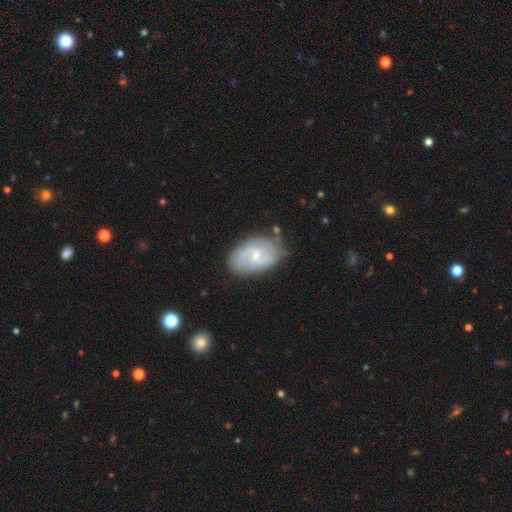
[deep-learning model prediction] Smooth or featured? featured or disk (71%)
Edge-on disk? no (96%)
Bar? weak (50%)
Spiral arms? yes (90%)
Spiral winding? medium (43%)
Spiral arm count? 2 (75%)
Bulge size? small (68%)
Merging? none (76%)